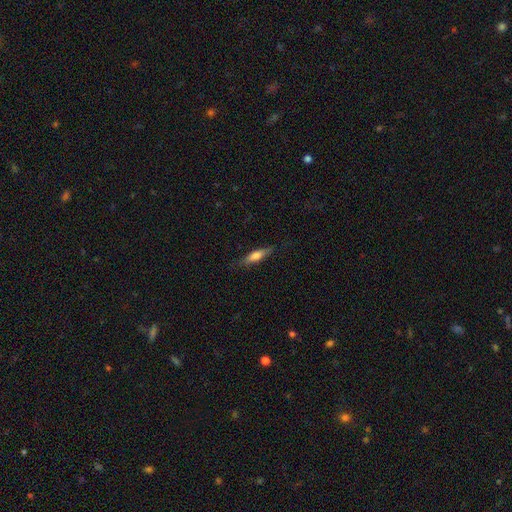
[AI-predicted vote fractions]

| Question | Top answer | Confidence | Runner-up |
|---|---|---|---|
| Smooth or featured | smooth | 56% | featured or disk (38%) |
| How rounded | cigar-shaped | 71% | in between (26%) |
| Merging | none | 82% | minor disturbance (14%) |